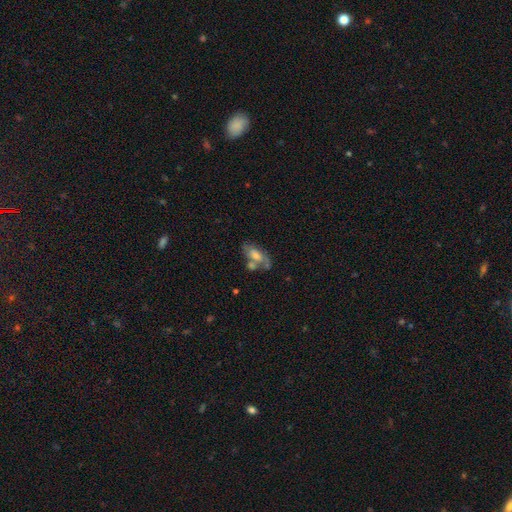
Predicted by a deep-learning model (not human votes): Smooth or featured: smooth — 52% (featured or disk — 40%)
How rounded: in between — 83% (cigar-shaped — 13%)
Merging: none — 41% (merger — 30%)